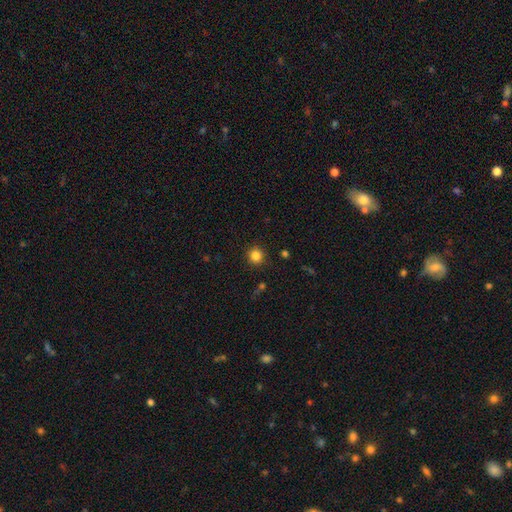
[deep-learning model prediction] A smooth galaxy with no disk features (83%) that is round (93%). Merging: none (90%).